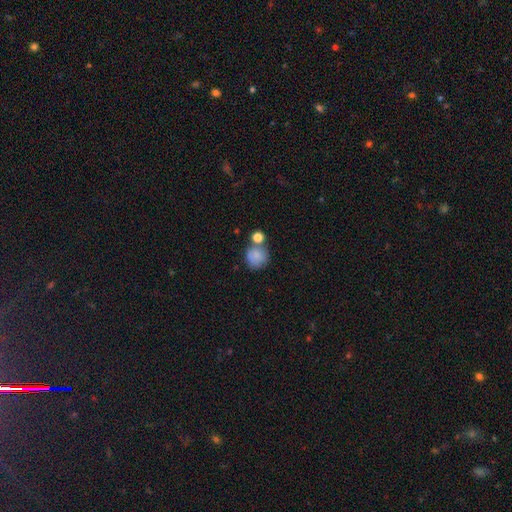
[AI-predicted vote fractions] smooth 83%, featured or disk 9%, star or artifact 9%. Down the decision tree: how rounded — round (87%); merging — none (54%).